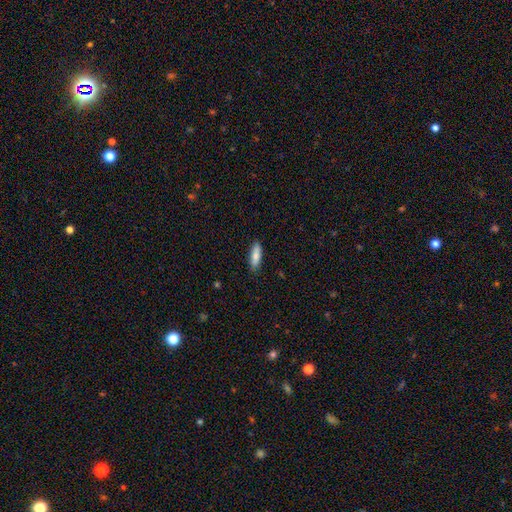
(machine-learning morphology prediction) Smooth or featured? Predicted: smooth (p=0.82). How rounded? Predicted: cigar-shaped (p=0.52). Merging? Predicted: none (p=0.87).